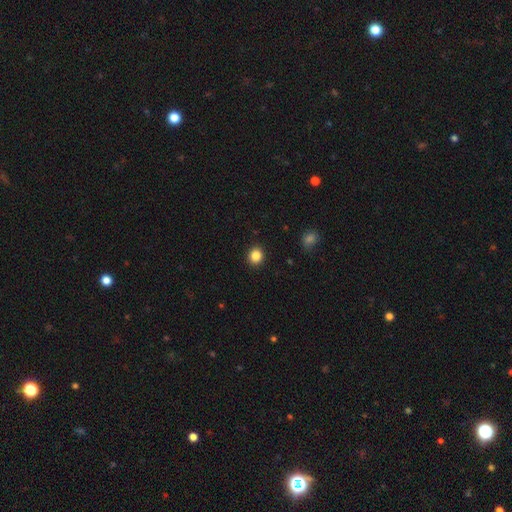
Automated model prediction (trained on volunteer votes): Morphology: type=smooth (85%); roundness=round (82%); merging=none (92%).